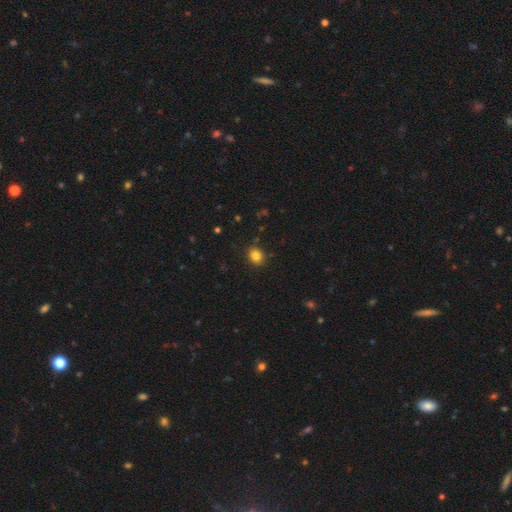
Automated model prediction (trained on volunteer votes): Smooth or featured? Predicted: smooth (p=0.84). How rounded? Predicted: round (p=0.59). Merging? Predicted: none (p=0.88).